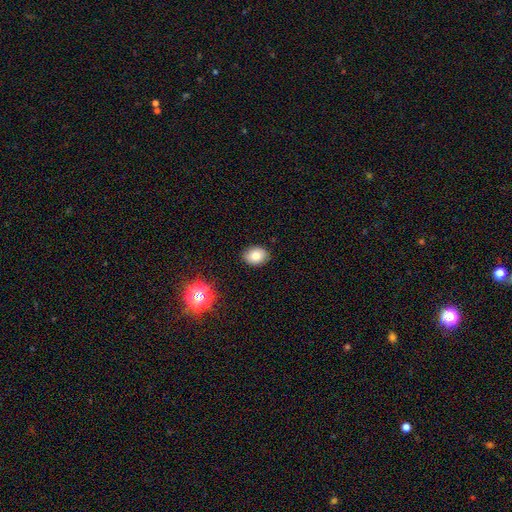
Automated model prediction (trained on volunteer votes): This is likely a smooth galaxy (79%). How rounded: likely in between (64%). Merging: clearly none (87%).